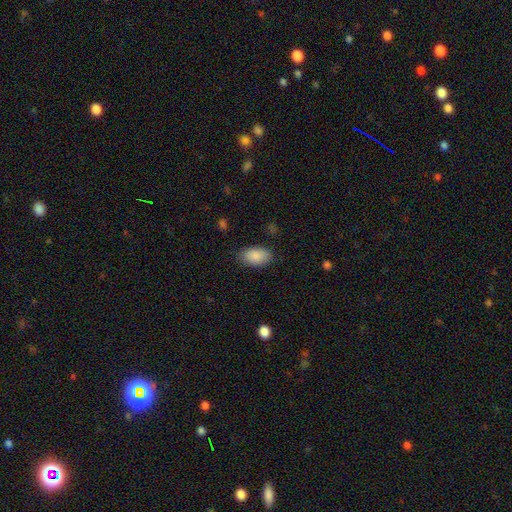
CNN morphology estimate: Smooth or featured?
  - smooth: 88% *
  - star or artifact: 7%
  - featured or disk: 5%
How rounded?
  - in between: 93% *
  - round: 5%
  - cigar-shaped: 2%
Merging?
  - none: 82% *
  - minor disturbance: 14%
  - major disturbance: 3%
  - merger: 1%